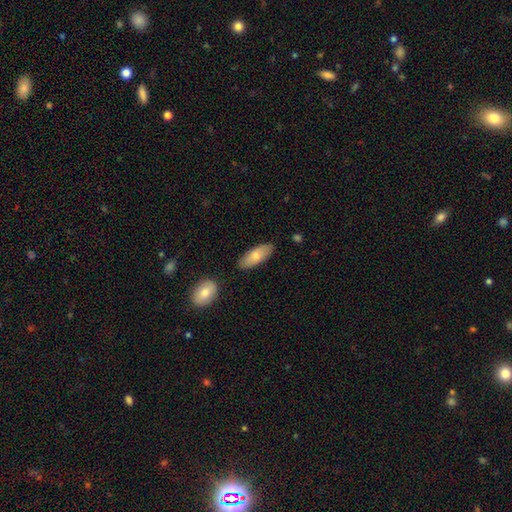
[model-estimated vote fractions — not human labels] Smooth or featured? Predicted: smooth (p=0.75). How rounded? Predicted: in between (p=0.78). Merging? Predicted: none (p=0.83).